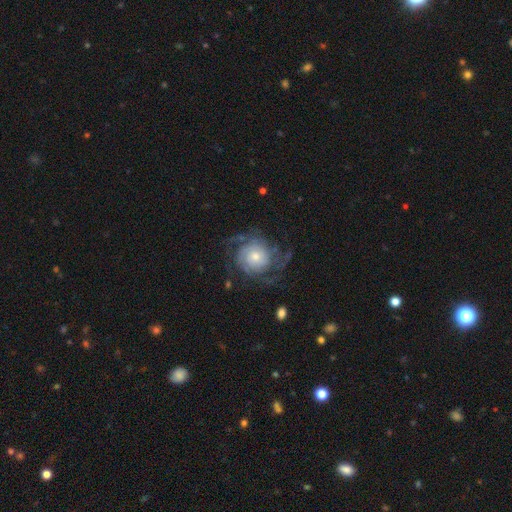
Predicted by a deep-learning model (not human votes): featured or disk 79%, smooth 15%, star or artifact 7%. Down the decision tree: edge-on disk — no (98%); bar — no (79%); spiral arms — yes (92%); spiral arm count — 2 (33%); spiral winding — tight (48%); bulge size — small (45%); merging — none (66%).